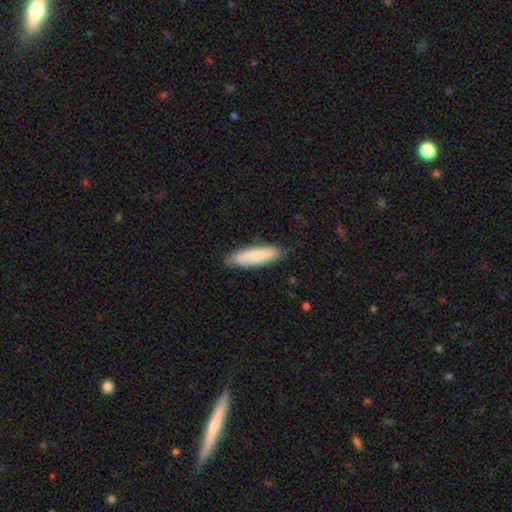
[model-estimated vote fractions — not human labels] This is likely a smooth galaxy (80%). How rounded: likely cigar-shaped (61%). Merging: clearly none (82%).